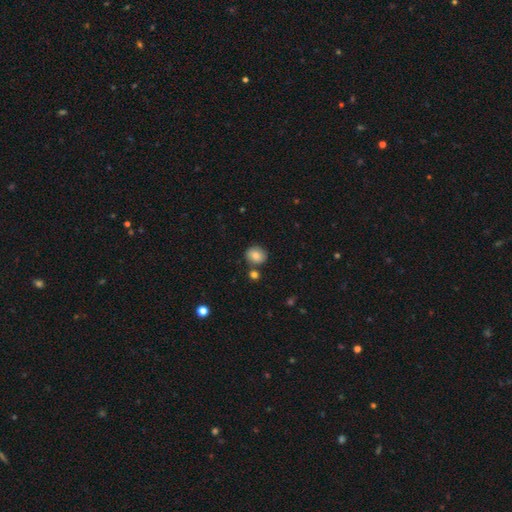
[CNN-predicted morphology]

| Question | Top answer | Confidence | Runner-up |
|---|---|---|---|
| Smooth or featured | smooth | 84% | star or artifact (9%) |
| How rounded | round | 68% | in between (31%) |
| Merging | none | 78% | minor disturbance (11%) |